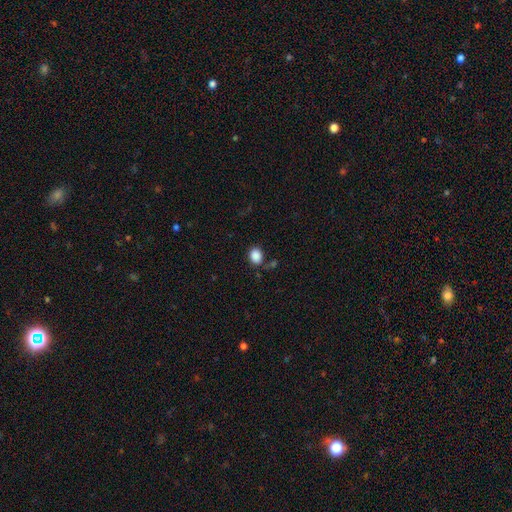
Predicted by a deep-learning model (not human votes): smooth_or_featured: smooth (p=0.87) [alt: star or artifact p=0.10]
how_rounded: in between (p=0.56) [alt: round p=0.43]
merging: none (p=0.76) [alt: minor disturbance p=0.14]